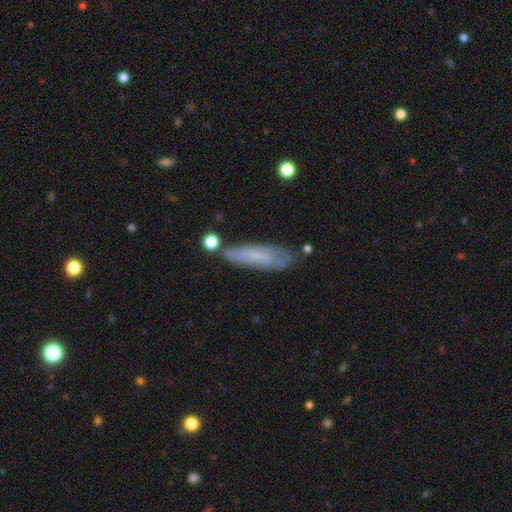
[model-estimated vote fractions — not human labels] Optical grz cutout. It shows a smooth galaxy with no disk features (53%) that is cigar-shaped (65%). Merging: none (67%).